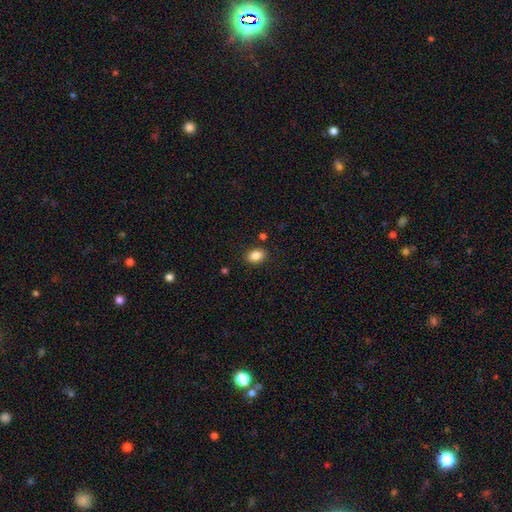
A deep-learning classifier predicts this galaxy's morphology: A smooth galaxy with no disk features (86%) that is in between round and cigar-shaped (80%). Merging: none (86%).